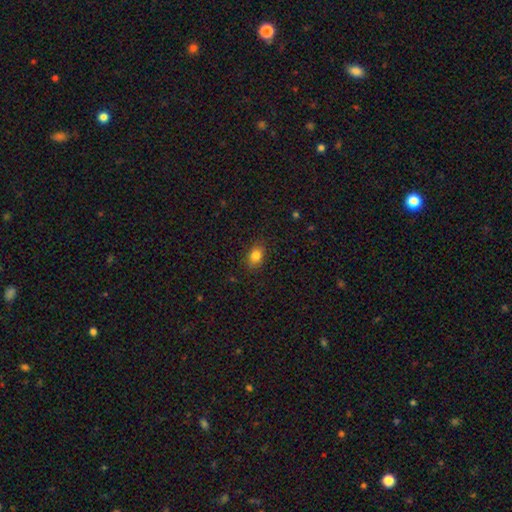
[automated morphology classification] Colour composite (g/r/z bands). It shows a smooth galaxy with no disk features (84%) that is in between round and cigar-shaped (76%). Merging: none (86%).